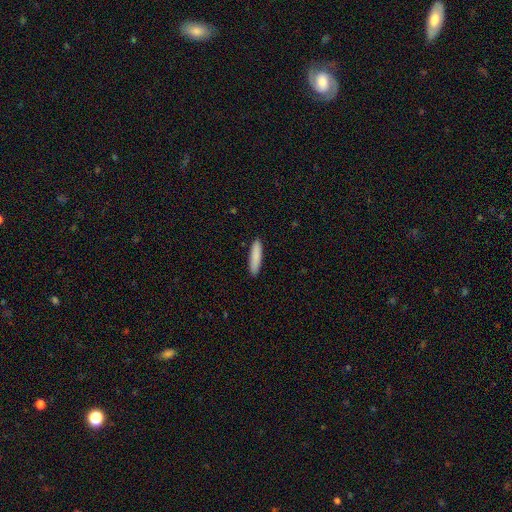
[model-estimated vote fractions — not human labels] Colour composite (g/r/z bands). It shows a smooth galaxy with no disk features (87%) that is cigar-shaped (83%). Merging: none (90%).